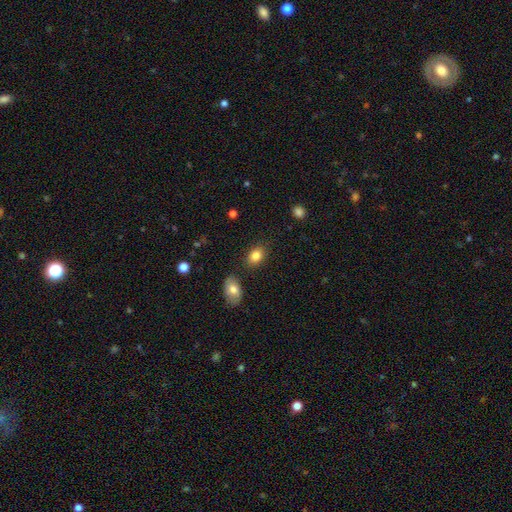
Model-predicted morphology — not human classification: type=smooth (84%); roundness=in between (78%); merging=none (80%).